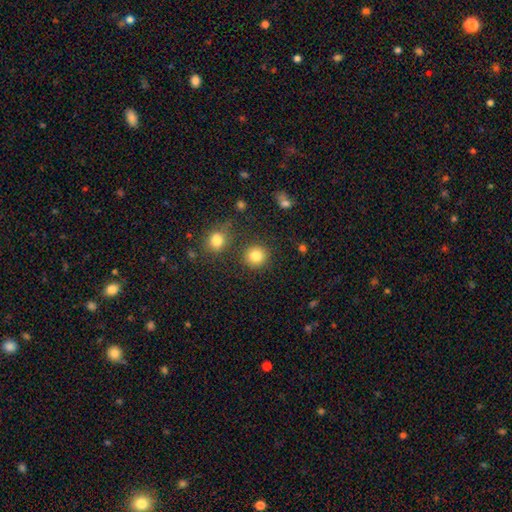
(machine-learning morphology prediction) Overall: smooth (84%). How rounded: round (90%). Merging: none (84%).